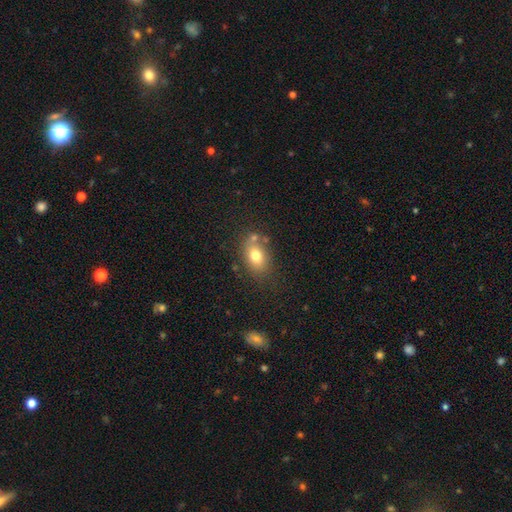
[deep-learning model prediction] Smooth or featured? Predicted: smooth (p=0.75). How rounded? Predicted: in between (p=0.76). Merging? Predicted: none (p=0.65).